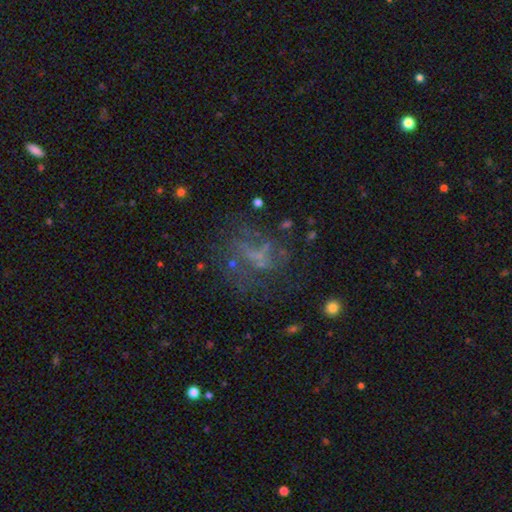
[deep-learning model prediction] Smooth or featured? Predicted: featured or disk (p=0.48). Merging? Predicted: none (p=0.50).